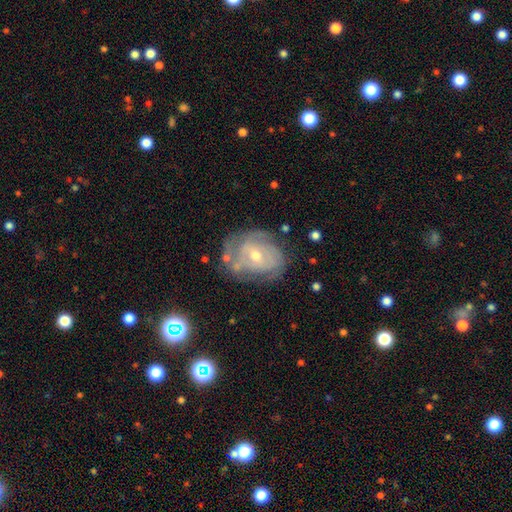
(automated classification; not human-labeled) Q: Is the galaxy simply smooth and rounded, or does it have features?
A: featured or disk — 72%.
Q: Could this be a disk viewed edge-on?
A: no — 96%.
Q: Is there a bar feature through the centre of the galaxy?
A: no — 58%.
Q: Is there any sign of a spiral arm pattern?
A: yes — 75%.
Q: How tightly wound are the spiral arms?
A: tight — 63%.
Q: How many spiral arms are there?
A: can't tell — 53%.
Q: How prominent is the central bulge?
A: moderate — 50%.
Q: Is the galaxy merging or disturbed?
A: none — 58%.